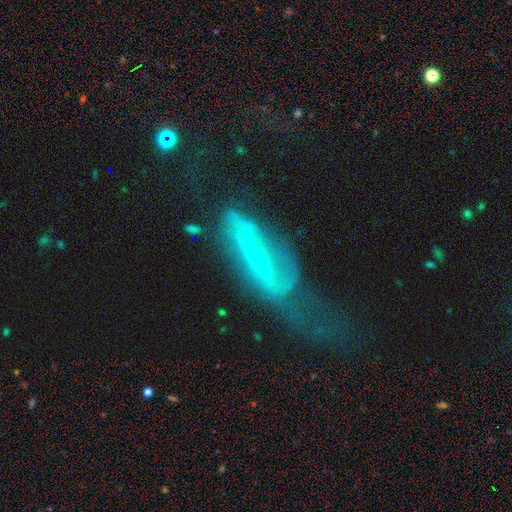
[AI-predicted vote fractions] Smooth or featured? Predicted: featured or disk (p=0.68). Edge-on disk? Predicted: no (p=0.59). Merging? Predicted: major disturbance (p=0.47).